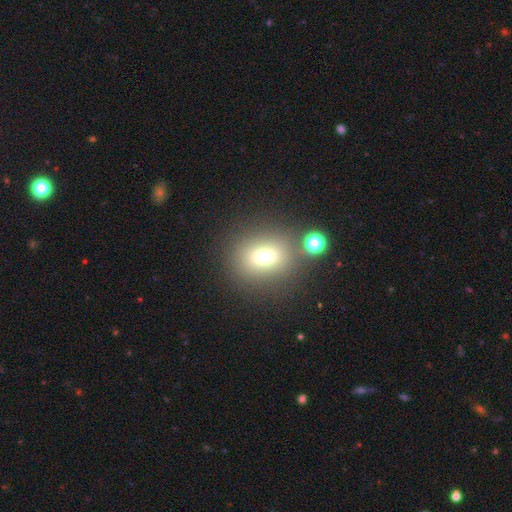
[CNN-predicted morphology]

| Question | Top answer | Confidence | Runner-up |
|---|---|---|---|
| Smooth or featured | smooth | 62% | star or artifact (22%) |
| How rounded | round | 59% | in between (39%) |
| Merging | none | 80% | minor disturbance (9%) |